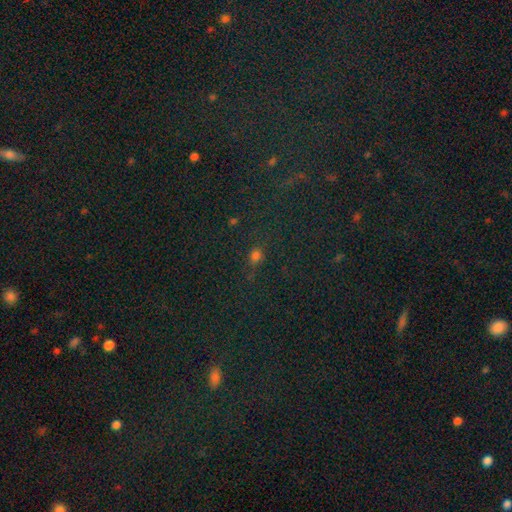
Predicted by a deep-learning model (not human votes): Morphology: type=star or artifact (49%).